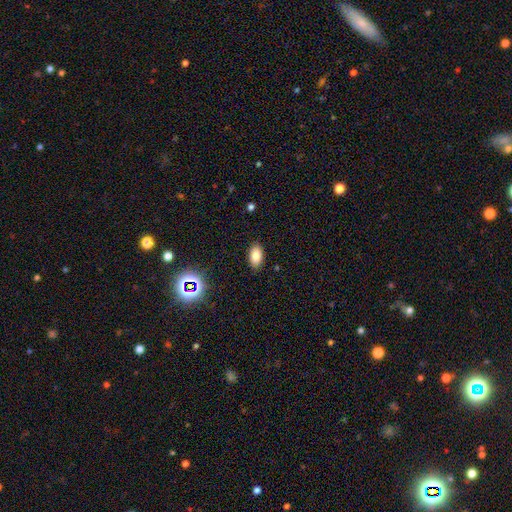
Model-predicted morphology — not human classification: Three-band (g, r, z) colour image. It shows a smooth galaxy with no disk features (81%) that is in between round and cigar-shaped (92%). Merging: none (88%).